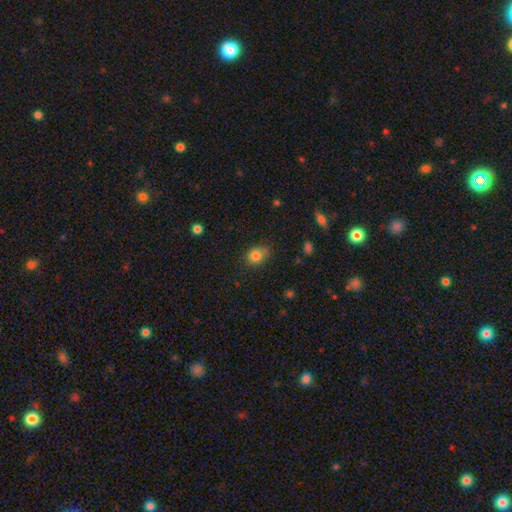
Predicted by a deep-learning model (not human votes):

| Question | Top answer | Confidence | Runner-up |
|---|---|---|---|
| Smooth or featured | smooth | 82% | star or artifact (10%) |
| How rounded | in between | 53% | round (46%) |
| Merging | none | 68% | minor disturbance (25%) |